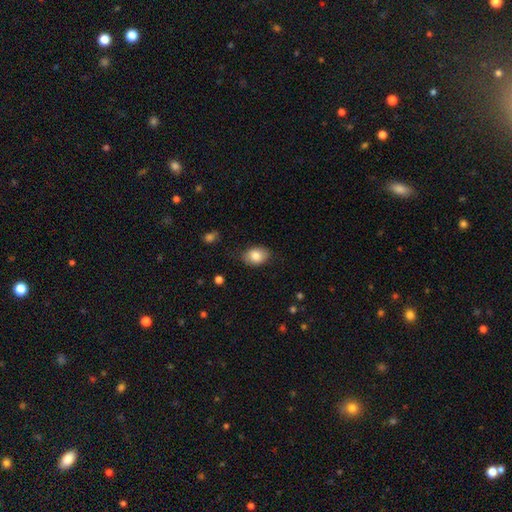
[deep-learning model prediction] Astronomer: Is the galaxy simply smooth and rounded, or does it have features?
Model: smooth — 83%.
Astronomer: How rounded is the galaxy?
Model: in between — 77%.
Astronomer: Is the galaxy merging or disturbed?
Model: none — 80%.